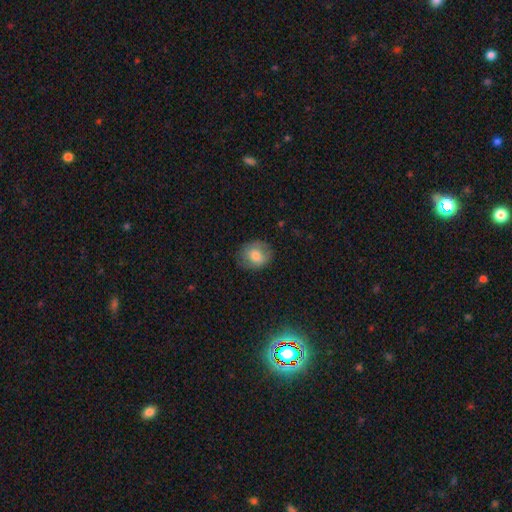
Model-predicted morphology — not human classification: smooth 75%, featured or disk 17%, star or artifact 8%. Down the decision tree: how rounded — round (63%); merging — none (76%).